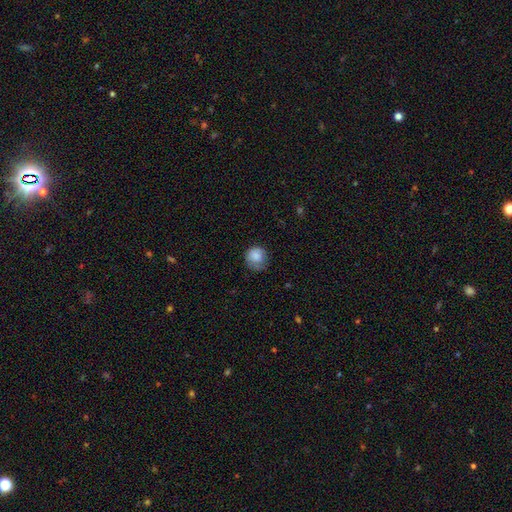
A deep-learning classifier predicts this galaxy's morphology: A smooth galaxy with no disk features (84%) that is round (88%). Merging: none (63%).